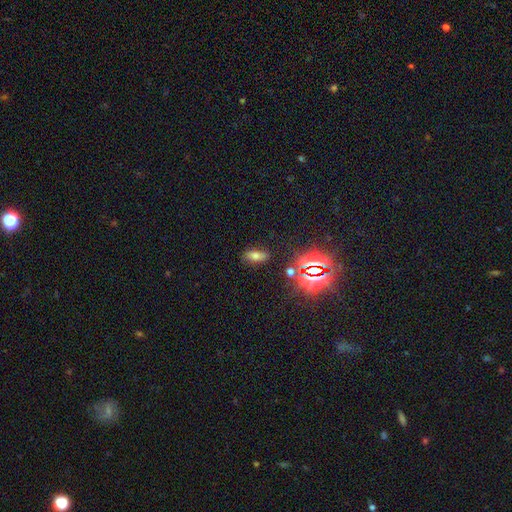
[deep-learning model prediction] Smooth or featured: smooth — 57% (star or artifact — 28%)
How rounded: in between — 83% (cigar-shaped — 10%)
Merging: none — 78% (minor disturbance — 13%)